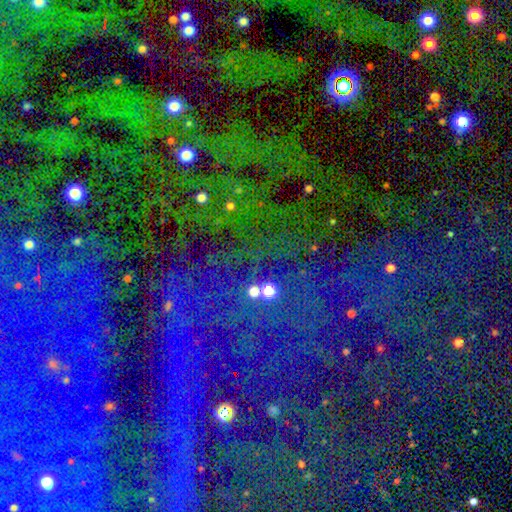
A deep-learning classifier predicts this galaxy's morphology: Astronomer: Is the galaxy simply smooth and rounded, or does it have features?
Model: star or artifact — 84%.